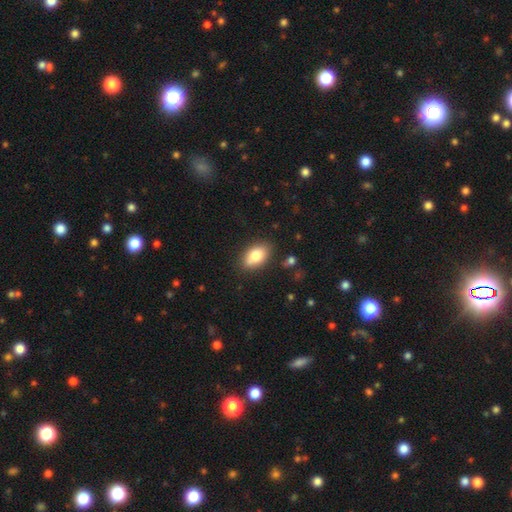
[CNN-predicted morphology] smooth 81%, featured or disk 12%, star or artifact 7%. Down the decision tree: how rounded — in between (91%); merging — none (83%).